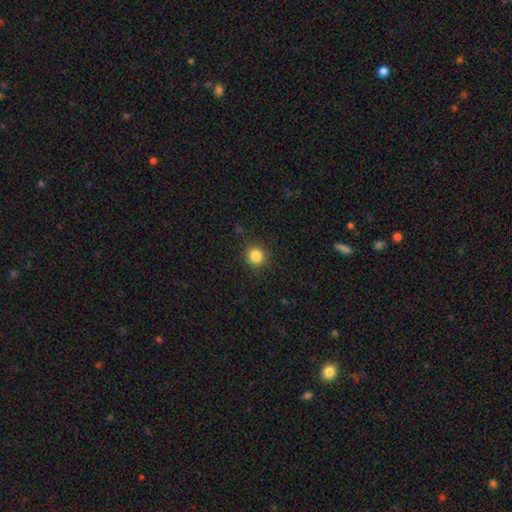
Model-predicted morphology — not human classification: The model was most divided on "smooth or featured": smooth: 85%, star or artifact: 11%, featured or disk: 4%. More confident: how rounded — round (91%); merging — none (91%).